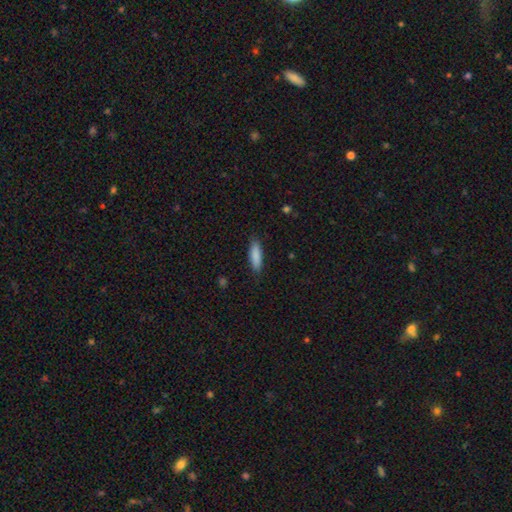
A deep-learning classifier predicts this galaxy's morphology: Smooth or featured? Predicted: smooth (p=0.87). How rounded? Predicted: cigar-shaped (p=0.62). Merging? Predicted: none (p=0.87).